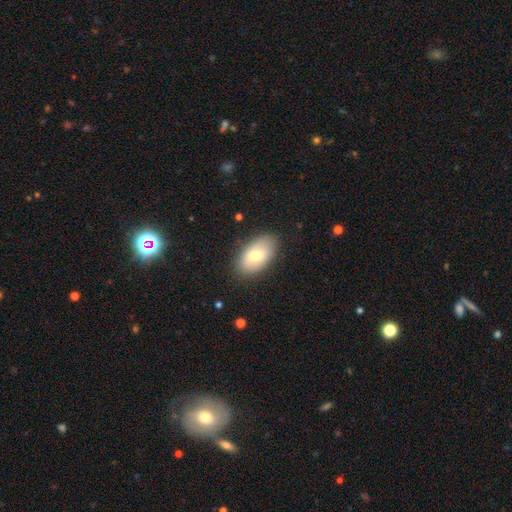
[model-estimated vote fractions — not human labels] smooth_or_featured: smooth (p=0.69) [alt: featured or disk p=0.24]
how_rounded: in between (p=0.93) [alt: round p=0.06]
merging: none (p=0.84) [alt: minor disturbance p=0.12]